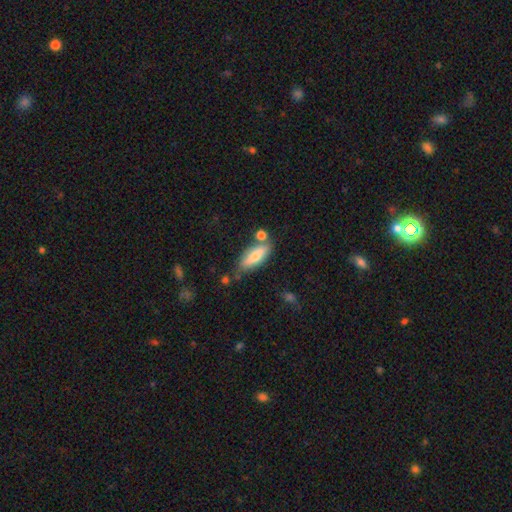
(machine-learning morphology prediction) This is likely a smooth galaxy (66%). How rounded: likely in between (61%). Merging: likely none (66%).